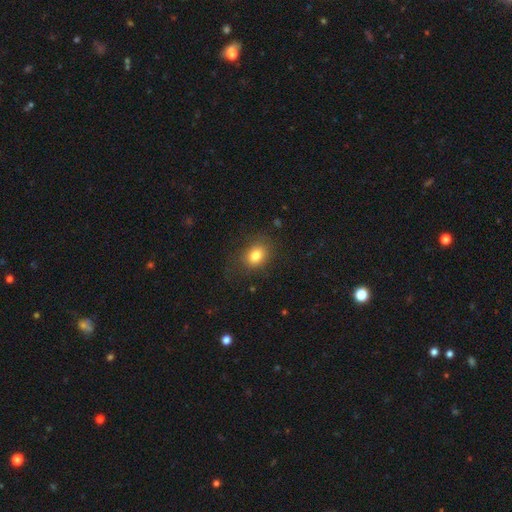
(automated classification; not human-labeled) This is likely a smooth galaxy (80%). How rounded: possibly in between (54%). Merging: likely none (77%).